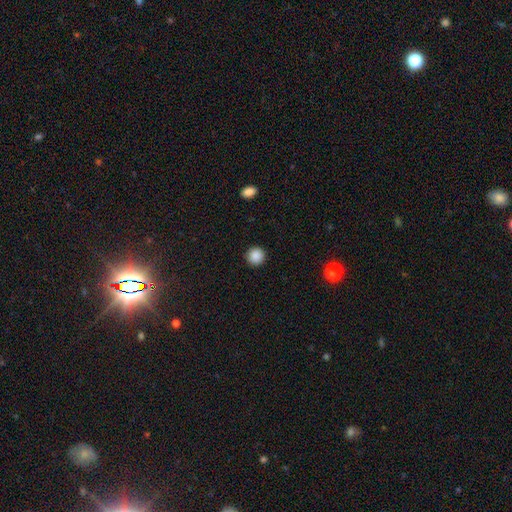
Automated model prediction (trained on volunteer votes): smooth-or-featured: smooth: 88% | star or artifact: 9% | featured or disk: 3%
  how-rounded: round: 95% | in between: 4% | cigar-shaped: 1%
  merging: none: 93% | minor disturbance: 5% | major disturbance: 2% | merger: 1%